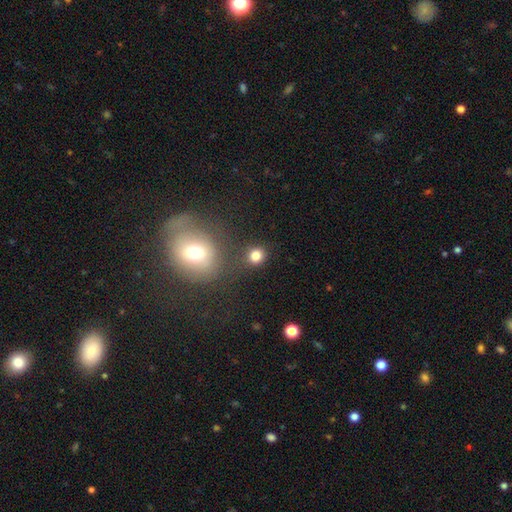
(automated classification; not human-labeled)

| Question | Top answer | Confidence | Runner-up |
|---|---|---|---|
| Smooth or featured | smooth | 82% | star or artifact (13%) |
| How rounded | round | 81% | in between (18%) |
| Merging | none | 77% | merger (10%) |